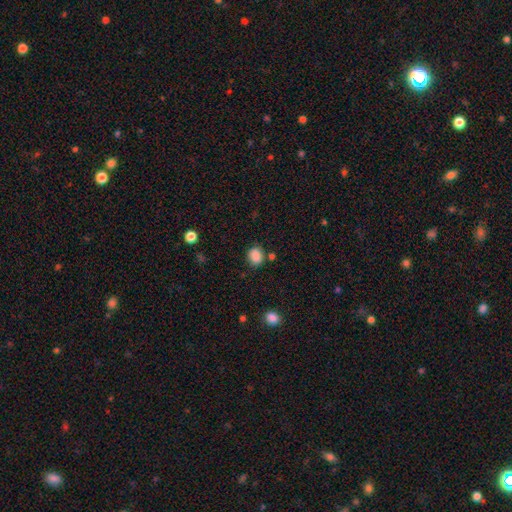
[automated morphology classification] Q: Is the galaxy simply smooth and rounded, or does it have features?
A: smooth — 86%.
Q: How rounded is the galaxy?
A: round — 65%.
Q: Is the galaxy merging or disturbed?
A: none — 80%.